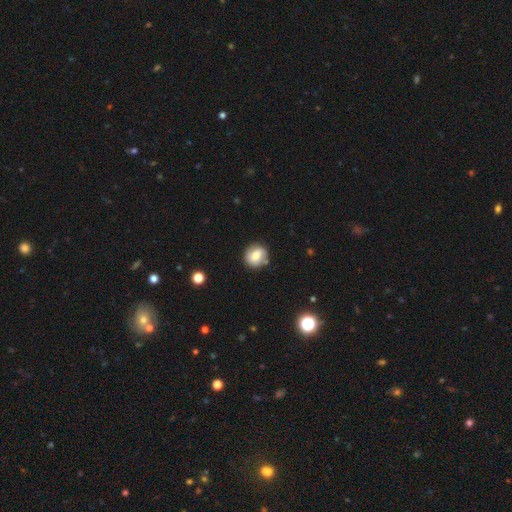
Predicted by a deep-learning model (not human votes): smooth_or_featured: smooth (p=0.68) [alt: featured or disk p=0.23]
how_rounded: round (p=0.83) [alt: in between p=0.16]
merging: none (p=0.76) [alt: minor disturbance p=0.16]